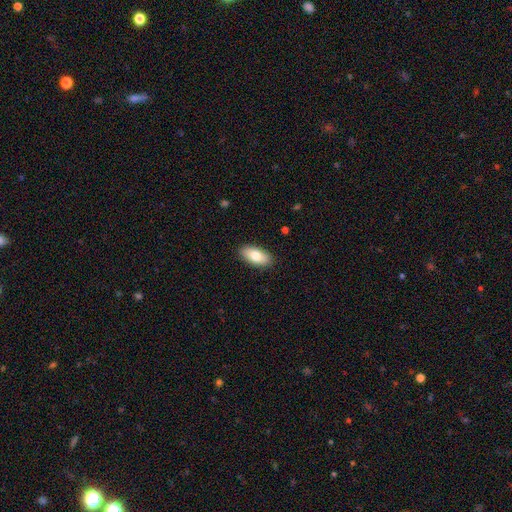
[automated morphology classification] The model was most divided on "smooth or featured": smooth: 80%, featured or disk: 14%, star or artifact: 6%. More confident: how rounded — in between (91%); merging — none (89%).